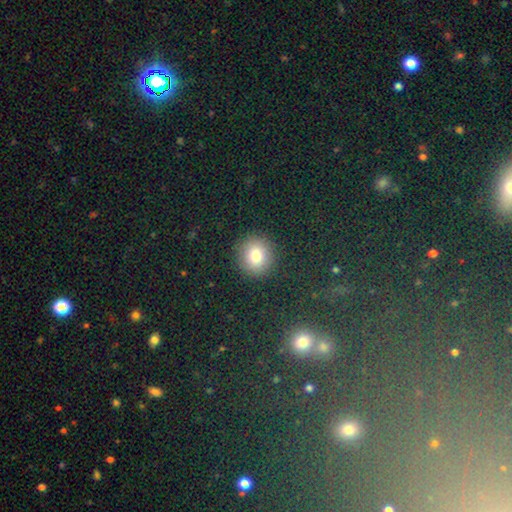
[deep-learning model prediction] smooth_or_featured: smooth (p=0.79) [alt: star or artifact p=0.13]
how_rounded: round (p=0.90) [alt: in between p=0.09]
merging: none (p=0.90) [alt: minor disturbance p=0.06]